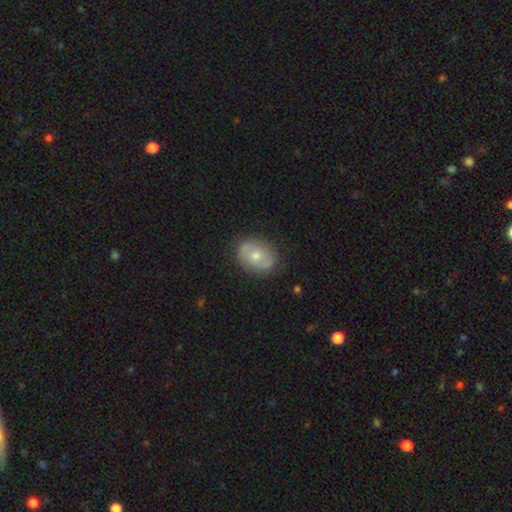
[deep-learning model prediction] Morphology: type=smooth (51%); roundness=in between (62%); merging=none (82%).